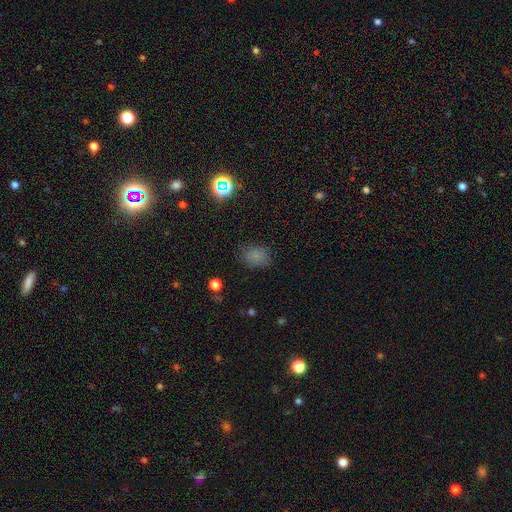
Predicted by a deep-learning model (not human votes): A smooth galaxy with no disk features (78%) that is in between round and cigar-shaped (58%). Merging: none (80%).